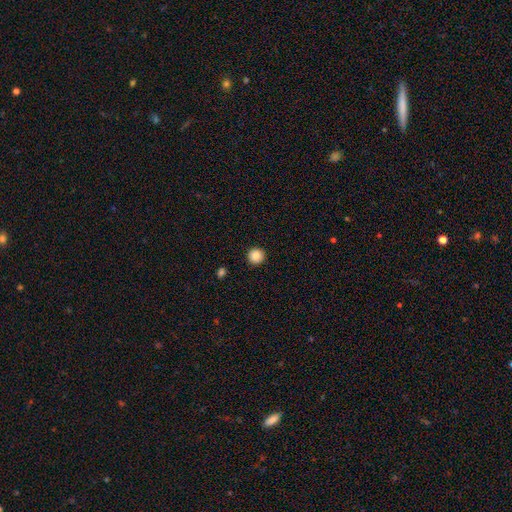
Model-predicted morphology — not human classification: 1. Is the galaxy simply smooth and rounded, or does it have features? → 88% smooth, 10% star or artifact, 3% featured or disk.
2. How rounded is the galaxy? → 96% round, 3% in between, 1% cigar-shaped.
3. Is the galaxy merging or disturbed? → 93% none, 4% minor disturbance, 2% major disturbance, 1% merger.